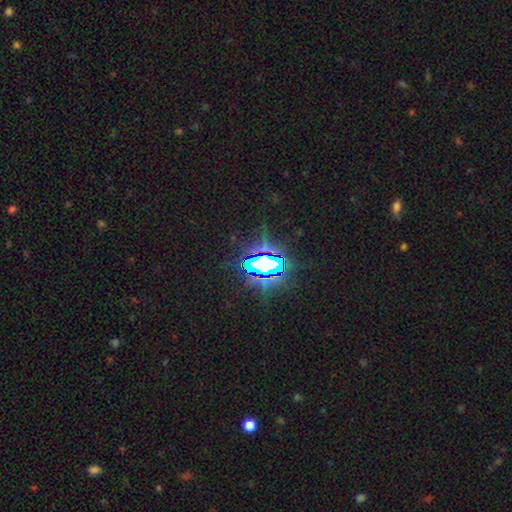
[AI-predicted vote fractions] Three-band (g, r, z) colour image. It shows a star or artifact, not a galaxy (75%).